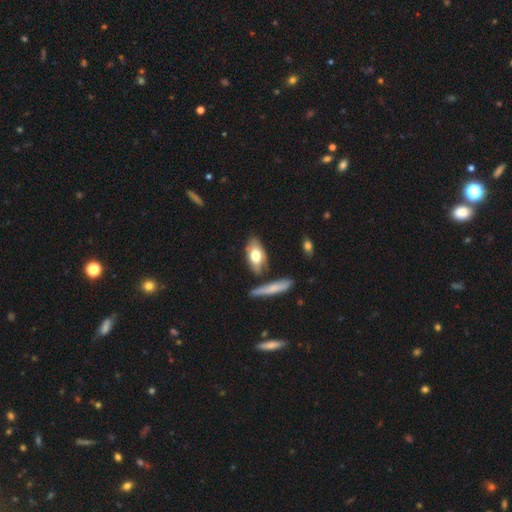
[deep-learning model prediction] This appears to be a smooth galaxy with no disk features (65%) that is in between round and cigar-shaped (83%). Merging: none (66%).